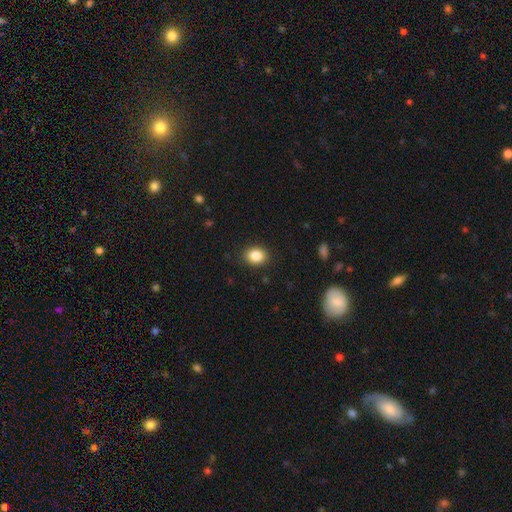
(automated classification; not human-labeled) Q: Smooth or featured?
A: smooth (86%); runner-up: star or artifact (9%)
Q: How rounded?
A: round (50%); runner-up: in between (49%)
Q: Merging?
A: none (89%); runner-up: minor disturbance (8%)